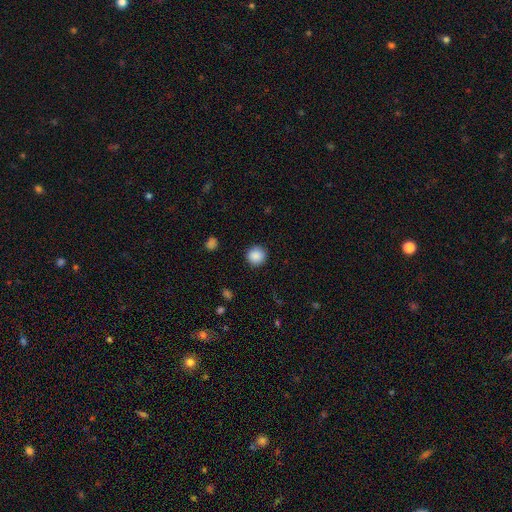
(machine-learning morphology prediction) Overall: smooth (88%). How rounded: round (94%). Merging: none (91%).